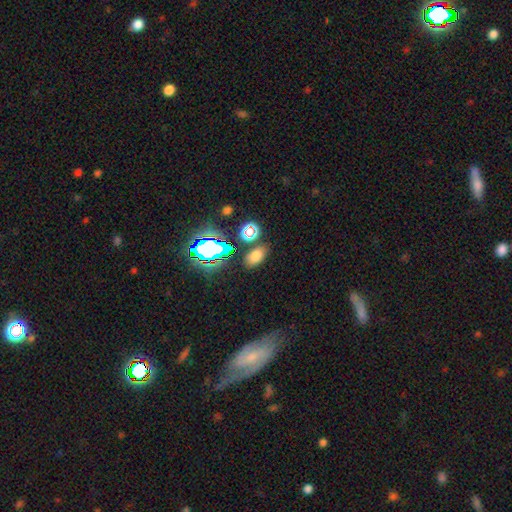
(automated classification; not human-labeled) smooth_or_featured: smooth (p=0.68) [alt: star or artifact p=0.23]
how_rounded: in between (p=0.87) [alt: round p=0.11]
merging: none (p=0.81) [alt: minor disturbance p=0.10]